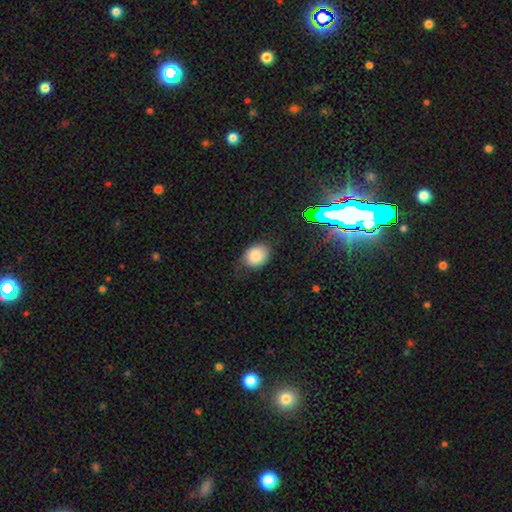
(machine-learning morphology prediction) Smooth or featured?
  - smooth: 83% *
  - star or artifact: 10%
  - featured or disk: 7%
How rounded?
  - in between: 61% *
  - round: 38%
  - cigar-shaped: 1%
Merging?
  - none: 73% *
  - minor disturbance: 20%
  - major disturbance: 5%
  - merger: 1%